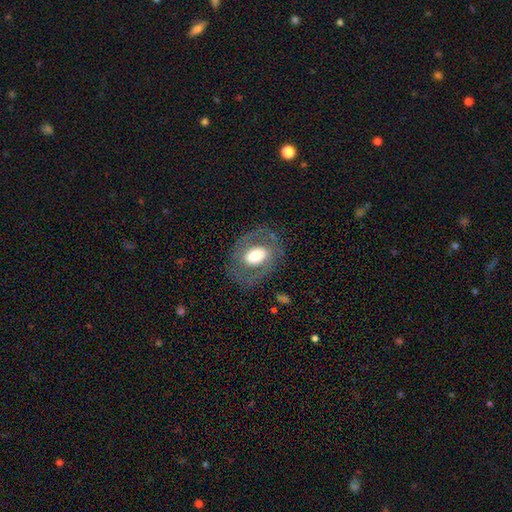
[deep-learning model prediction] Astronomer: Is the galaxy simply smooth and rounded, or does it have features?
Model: featured or disk — 46%, tied with smooth at 46%.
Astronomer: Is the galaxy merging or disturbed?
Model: none — 76%.